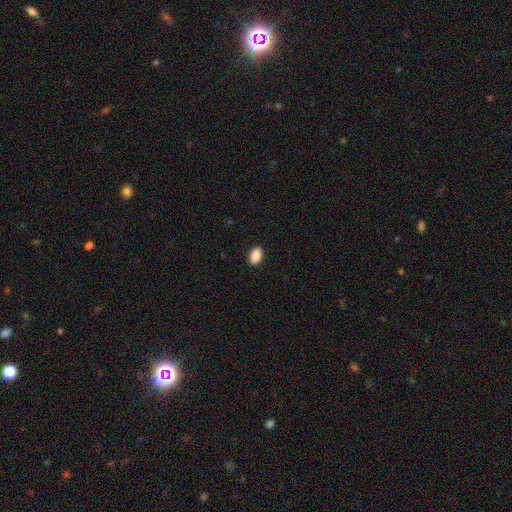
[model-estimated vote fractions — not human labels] This appears to be a smooth galaxy with no disk features (90%) that is in between round and cigar-shaped (92%). Merging: none (90%).